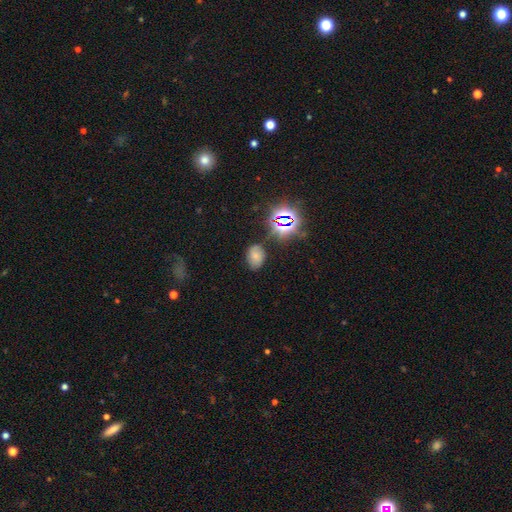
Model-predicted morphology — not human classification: Smooth or featured: smooth — 57% (star or artifact — 24%)
How rounded: in between — 79% (round — 19%)
Merging: none — 73% (minor disturbance — 19%)